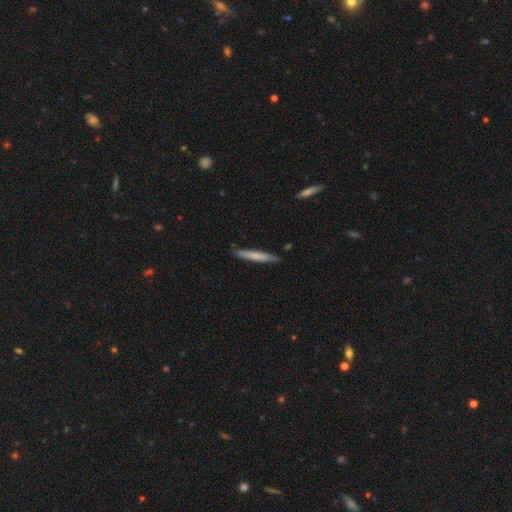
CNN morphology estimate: Smooth or featured? smooth (69%)
How rounded? cigar-shaped (95%)
Merging? none (88%)